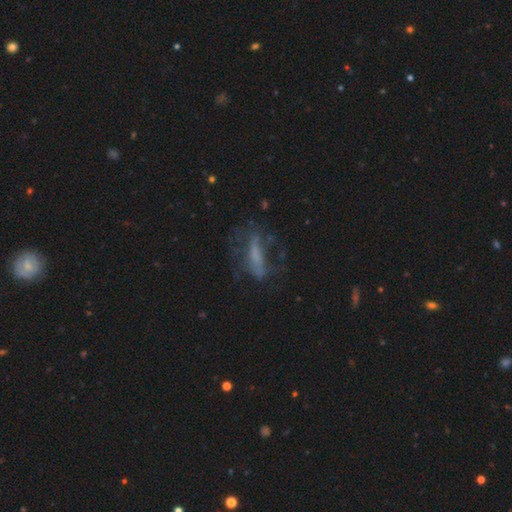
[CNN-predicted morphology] A featured or disk galaxy (49%). Merging: none (49%).